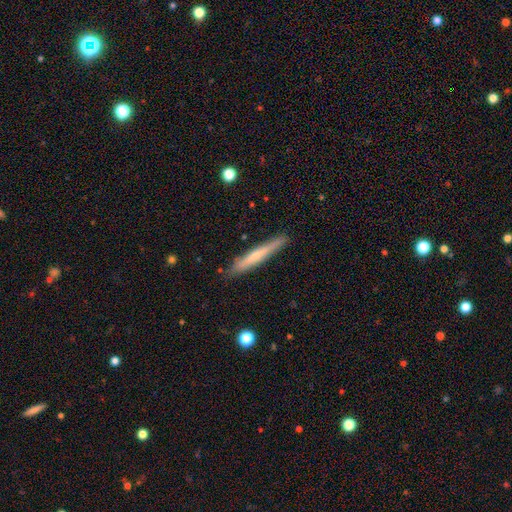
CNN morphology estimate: type=smooth (55%); roundness=cigar-shaped (95%); merging=none (87%).